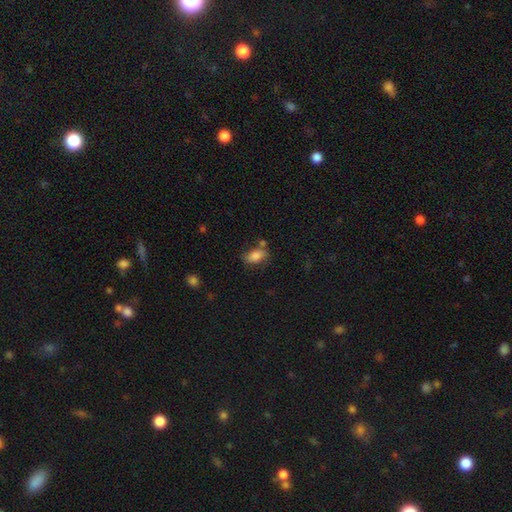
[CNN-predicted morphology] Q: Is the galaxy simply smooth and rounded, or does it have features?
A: smooth — 79%.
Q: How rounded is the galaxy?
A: in between — 88%.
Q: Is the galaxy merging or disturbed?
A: none — 61%.